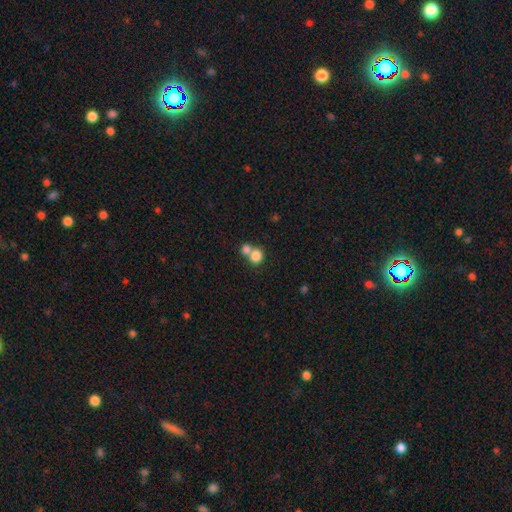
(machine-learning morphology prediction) type=smooth (81%); roundness=round (75%); merging=merger (52%).